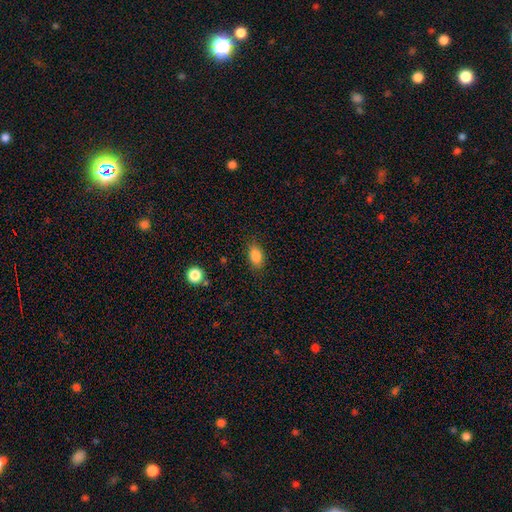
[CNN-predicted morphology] Q: Smooth or featured?
A: smooth (86%); runner-up: star or artifact (9%)
Q: How rounded?
A: in between (86%); runner-up: round (11%)
Q: Merging?
A: none (83%); runner-up: minor disturbance (13%)